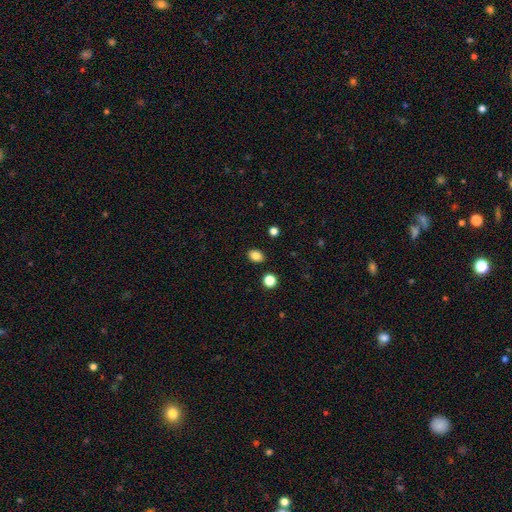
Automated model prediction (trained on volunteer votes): This is clearly a smooth galaxy (84%). How rounded: likely in between (68%). Merging: clearly none (88%).